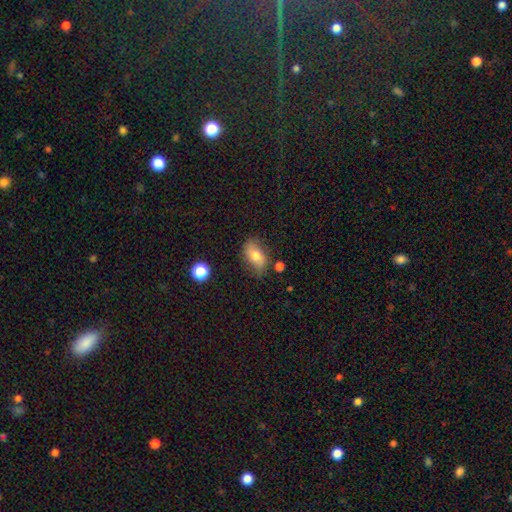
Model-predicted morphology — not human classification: Q: Smooth or featured?
A: smooth (68%); runner-up: featured or disk (23%)
Q: How rounded?
A: in between (88%); runner-up: round (9%)
Q: Merging?
A: none (68%); runner-up: minor disturbance (22%)